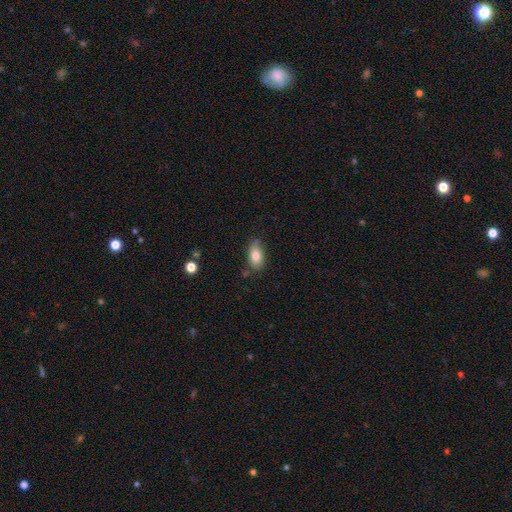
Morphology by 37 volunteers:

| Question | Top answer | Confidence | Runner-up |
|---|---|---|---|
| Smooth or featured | smooth | 86% | featured or disk (8%) |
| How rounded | in between | 88% | cigar-shaped (9%) |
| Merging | none | 66% | minor disturbance (20%) |